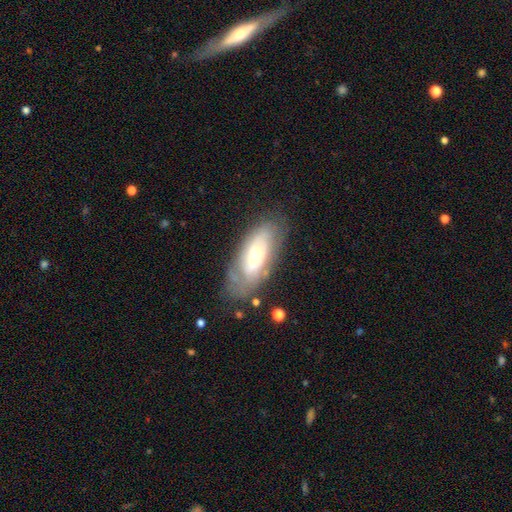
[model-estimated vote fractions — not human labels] Morphology: type=featured or disk (56%); edge-on=no (84%); merging=none (67%).